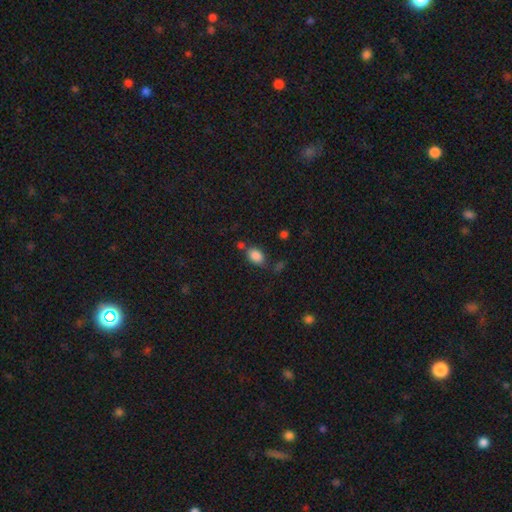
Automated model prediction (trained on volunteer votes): smooth_or_featured: smooth (p=0.86) [alt: star or artifact p=0.10]
how_rounded: in between (p=0.79) [alt: round p=0.20]
merging: none (p=0.65) [alt: minor disturbance p=0.17]